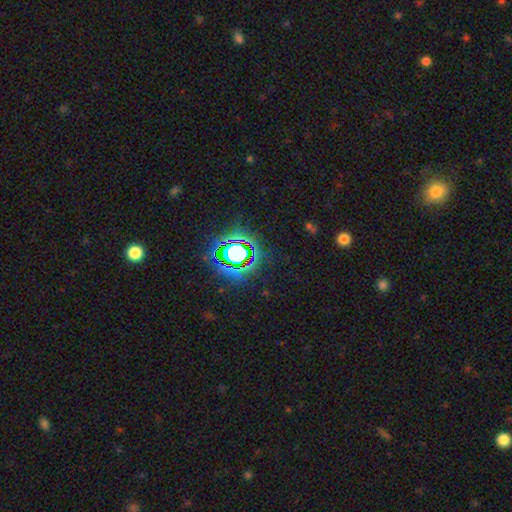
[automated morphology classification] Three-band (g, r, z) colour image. It shows a star or artifact, not a galaxy (78%).